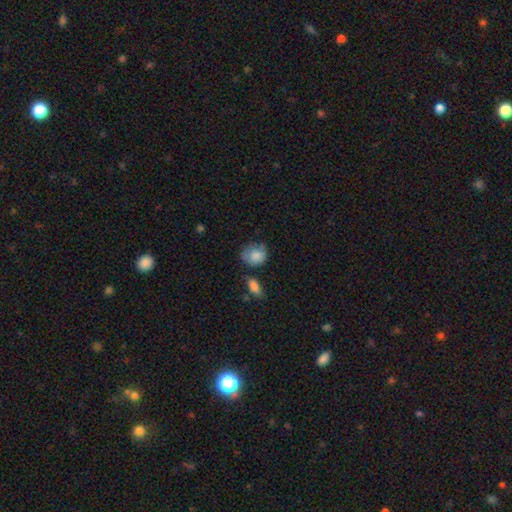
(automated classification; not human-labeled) A smooth galaxy with no disk features (80%) that is round (56%). Merging: none (47%).